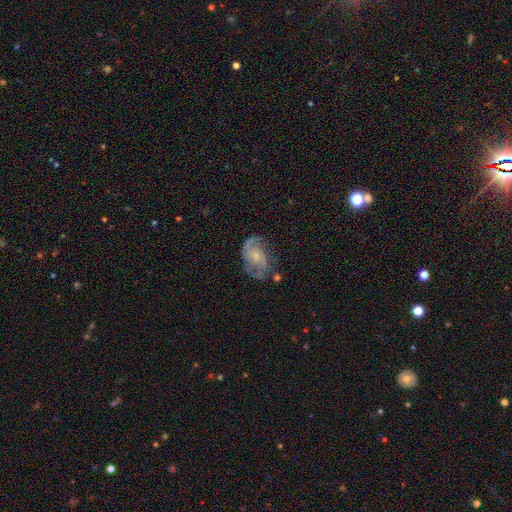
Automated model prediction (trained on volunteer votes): The model was most divided on "spiral winding": medium: 50%, loose: 27%, tight: 23%. More confident: edge-on disk — no (98%); spiral arms — yes (95%); spiral arm count — 2 (84%); smooth or featured — featured or disk (83%); bulge size — small (69%); merging — none (66%); bar — no (63%).